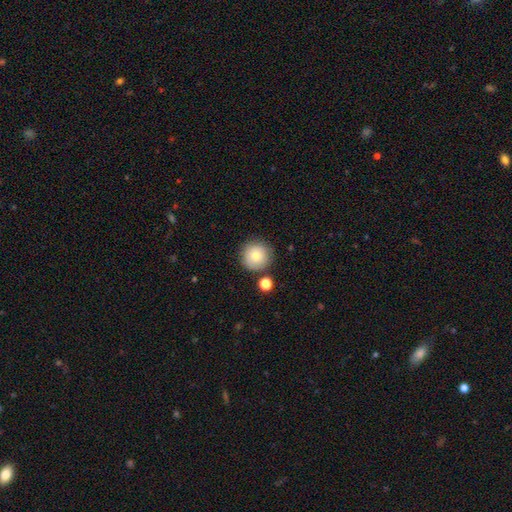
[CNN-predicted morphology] Smooth or featured? Predicted: smooth (p=0.80). How rounded? Predicted: round (p=0.95). Merging? Predicted: none (p=0.82).